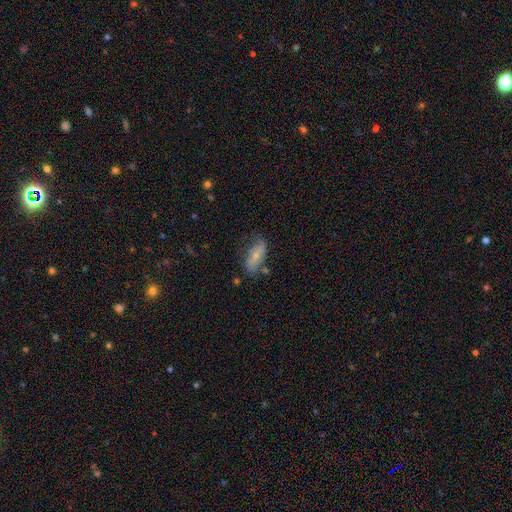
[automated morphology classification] Q: Smooth or featured?
A: smooth (50%); runner-up: featured or disk (42%)
Q: How rounded?
A: in between (82%); runner-up: cigar-shaped (14%)
Q: Merging?
A: none (56%); runner-up: minor disturbance (29%)